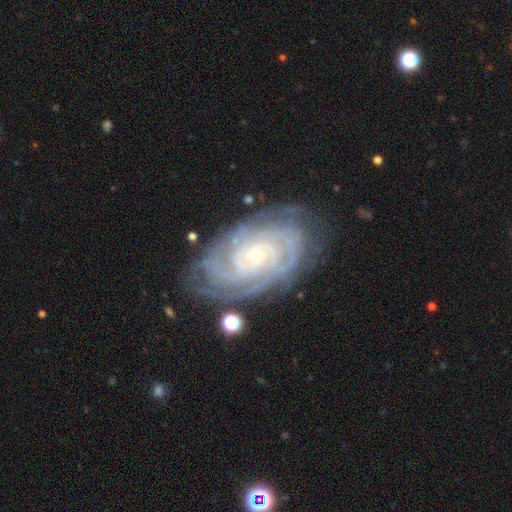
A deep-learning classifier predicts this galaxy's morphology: Smooth or featured: featured or disk — 91% (star or artifact — 5%)
Edge-on disk: no — 97% (yes — 3%)
Bar: no — 71% (weak — 21%)
Spiral arms: yes — 98% (no — 2%)
Spiral winding: tight — 82% (medium — 16%)
Spiral arm count: 4 — 22% (3 — 21%)
Bulge size: small — 79% (moderate — 16%)
Merging: none — 77% (minor disturbance — 16%)